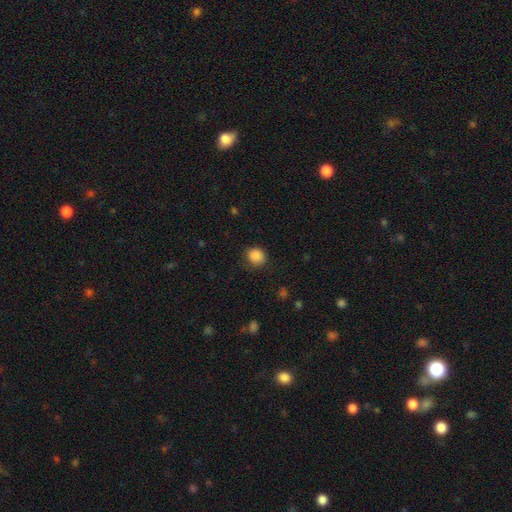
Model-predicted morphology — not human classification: Smooth or featured?
  - smooth: 88% *
  - star or artifact: 9%
  - featured or disk: 3%
How rounded?
  - round: 77% *
  - in between: 22%
  - cigar-shaped: 1%
Merging?
  - none: 81% *
  - minor disturbance: 14%
  - major disturbance: 4%
  - merger: 1%